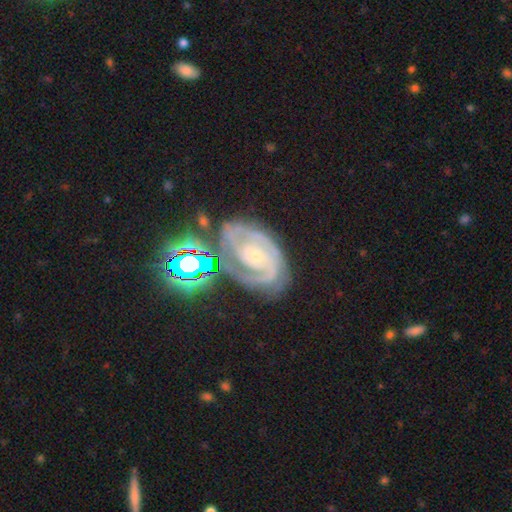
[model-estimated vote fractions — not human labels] Smooth or featured?
  - featured or disk: 86% *
  - star or artifact: 8%
  - smooth: 6%
Edge-on disk?
  - no: 97% *
  - yes: 3%
Bar?
  - no: 66% *
  - weak: 24%
  - strong: 9%
Spiral arms?
  - yes: 97% *
  - no: 3%
Spiral winding?
  - tight: 67% *
  - medium: 28%
  - loose: 5%
Spiral arm count?
  - 2: 53% *
  - 3: 18%
  - can't tell: 16%
  - 1: 5%
  - 4: 5%
  - more than 4: 4%
Bulge size?
  - small: 77% *
  - moderate: 18%
  - none: 2%
  - large: 1%
  - dominant: 1%
Merging?
  - none: 62% *
  - minor disturbance: 21%
  - major disturbance: 10%
  - merger: 7%